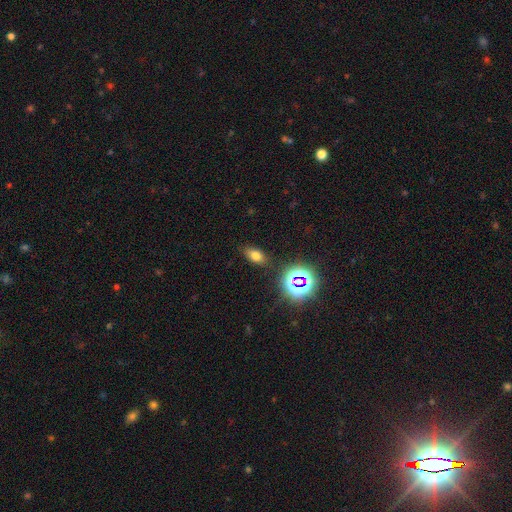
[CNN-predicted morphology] smooth_or_featured: smooth (p=0.66) [alt: star or artifact p=0.23]
how_rounded: in between (p=0.82) [alt: round p=0.12]
merging: none (p=0.84) [alt: minor disturbance p=0.11]